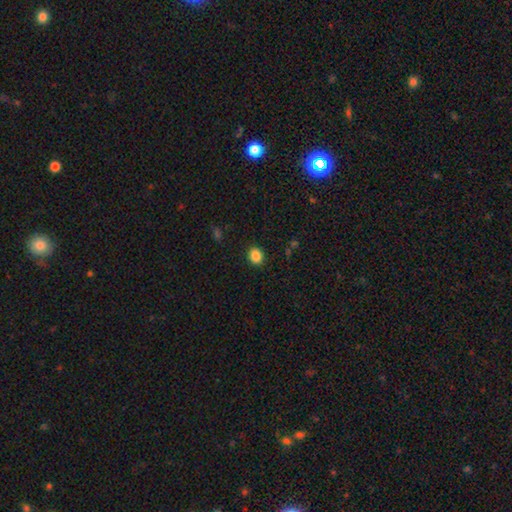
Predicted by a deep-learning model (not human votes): Morphology: type=smooth (87%); roundness=round (61%); merging=none (90%).